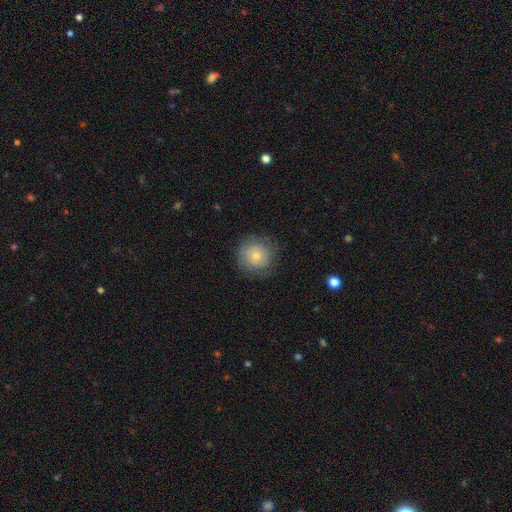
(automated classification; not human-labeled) Smooth or featured?
  - smooth: 64% *
  - featured or disk: 27%
  - star or artifact: 9%
How rounded?
  - round: 93% *
  - in between: 6%
  - cigar-shaped: 1%
Merging?
  - none: 79% *
  - minor disturbance: 14%
  - major disturbance: 6%
  - merger: 1%